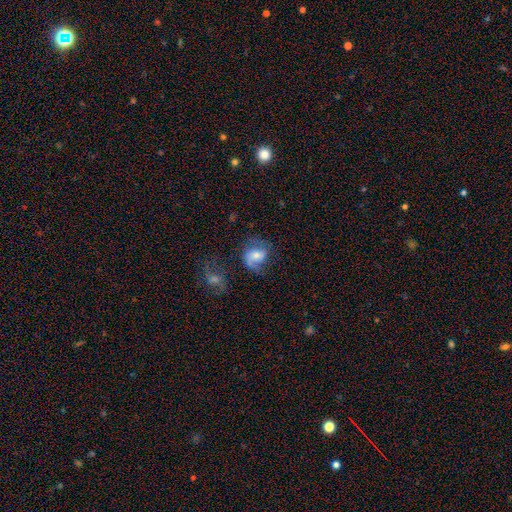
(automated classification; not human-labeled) Smooth or featured? featured or disk (50%)
Merging? none (45%)